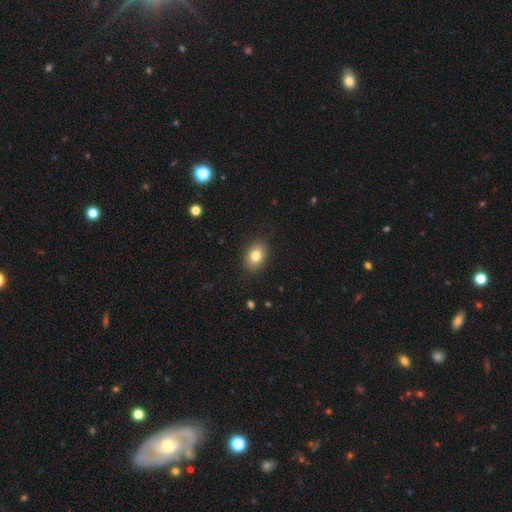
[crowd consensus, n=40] smooth_or_featured: smooth (p=0.75) [alt: featured or disk p=0.15]
how_rounded: in between (p=0.77) [alt: round p=0.23]
merging: none (p=0.97) [alt: minor disturbance p=0.03]